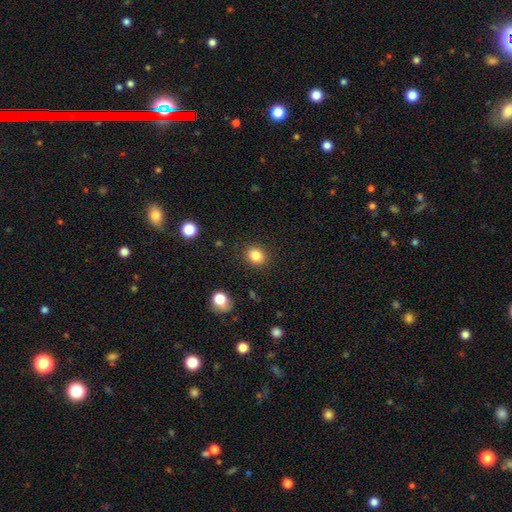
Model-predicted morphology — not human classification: Smooth or featured? smooth (84%)
How rounded? round (63%)
Merging? none (88%)